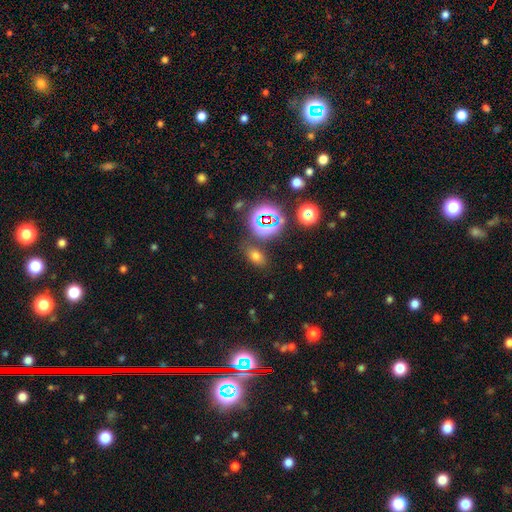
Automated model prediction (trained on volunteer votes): Smooth or featured? smooth (63%)
How rounded? in between (81%)
Merging? none (78%)